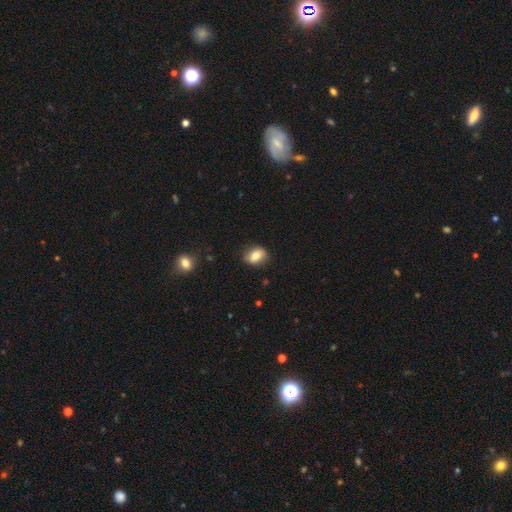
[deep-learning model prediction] Q: Smooth or featured?
A: smooth (79%); runner-up: featured or disk (13%)
Q: How rounded?
A: in between (73%); runner-up: round (25%)
Q: Merging?
A: none (79%); runner-up: minor disturbance (16%)